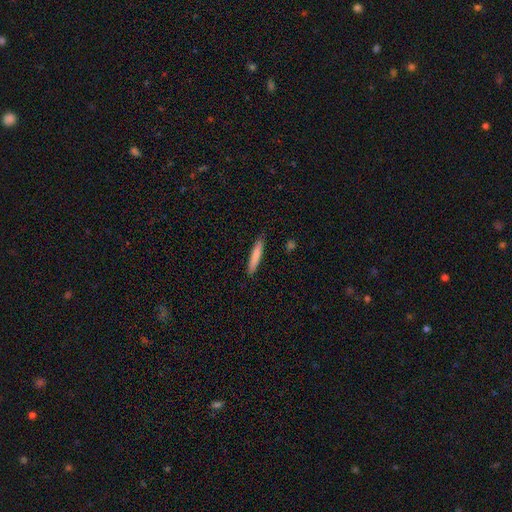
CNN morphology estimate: A smooth galaxy with no disk features (80%) that is cigar-shaped (94%). Merging: none (89%).